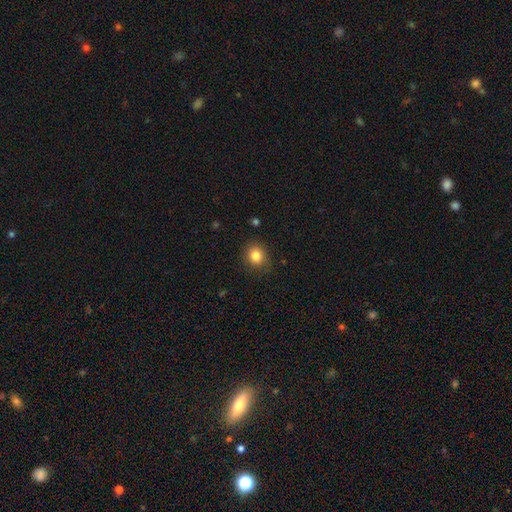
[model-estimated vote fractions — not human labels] The model was most divided on "how rounded": round: 75%, in between: 24%, cigar-shaped: 1%. More confident: merging — none (85%); smooth or featured — smooth (83%).